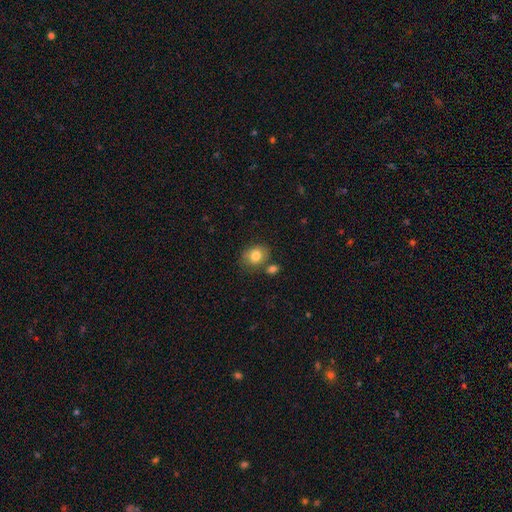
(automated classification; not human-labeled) smooth_or_featured: smooth (p=0.82) [alt: featured or disk p=0.10]
how_rounded: round (p=0.55) [alt: in between p=0.44]
merging: none (p=0.68) [alt: minor disturbance p=0.15]